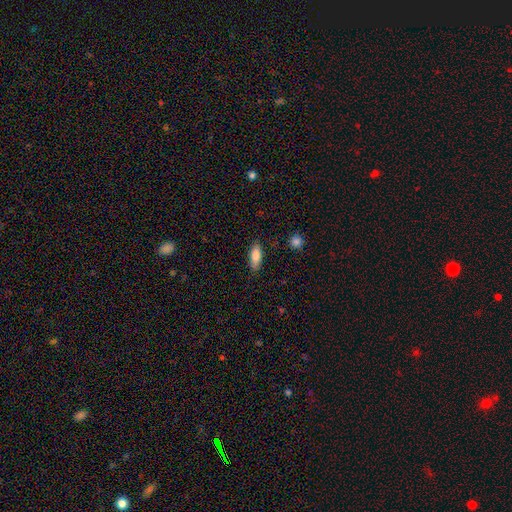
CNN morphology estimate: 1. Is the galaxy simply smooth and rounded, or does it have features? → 84% smooth, 9% featured or disk, 7% star or artifact.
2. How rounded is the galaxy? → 72% in between, 26% cigar-shaped, 2% round.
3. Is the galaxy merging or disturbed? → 84% none, 12% minor disturbance, 3% major disturbance, 1% merger.